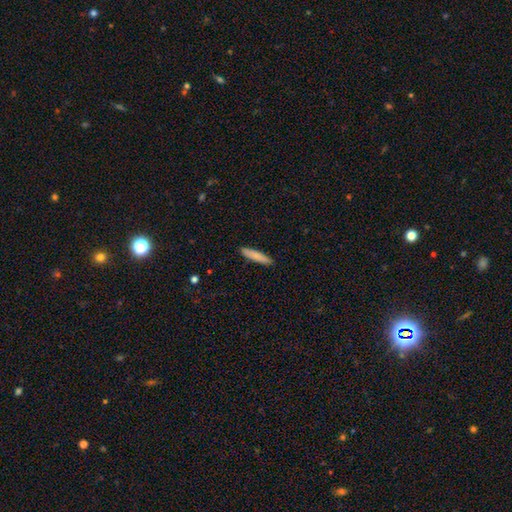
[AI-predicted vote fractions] Smooth or featured? smooth (84%)
How rounded? cigar-shaped (90%)
Merging? none (91%)